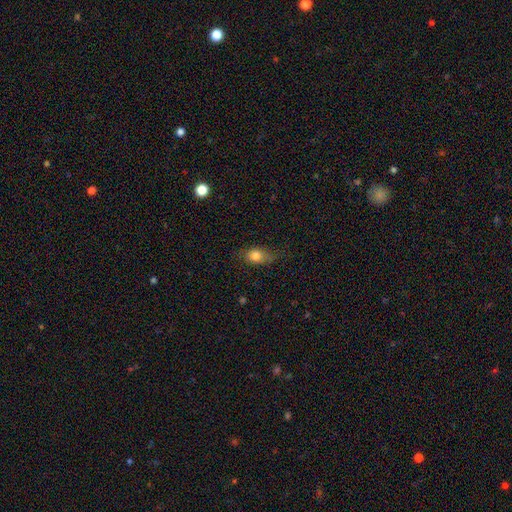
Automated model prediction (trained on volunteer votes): Smooth or featured: smooth — 77% (featured or disk — 14%)
How rounded: in between — 70% (round — 24%)
Merging: none — 60% (minor disturbance — 28%)